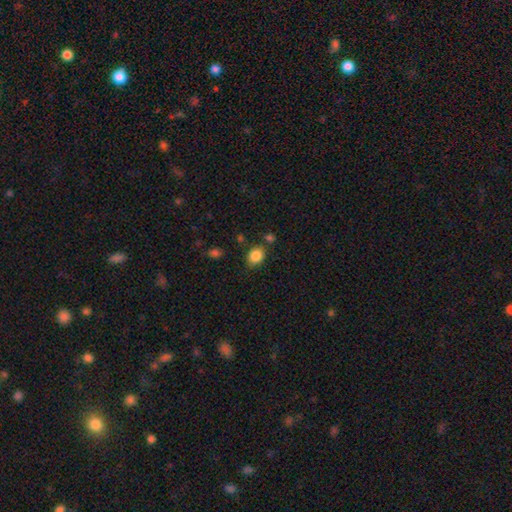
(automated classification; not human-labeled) A smooth galaxy with no disk features (86%) that is in between round and cigar-shaped (56%). Merging: none (75%).